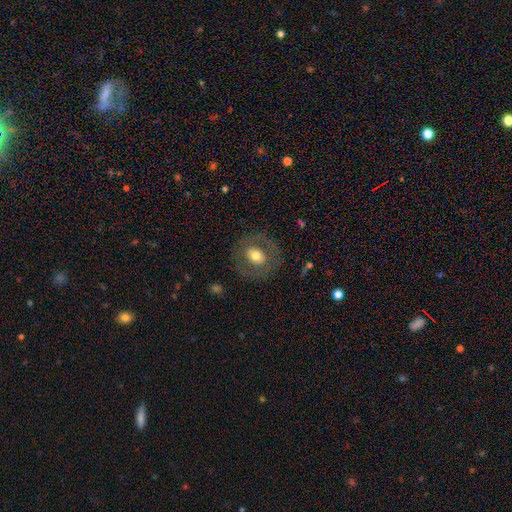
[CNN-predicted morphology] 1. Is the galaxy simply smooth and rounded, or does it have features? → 55% smooth, 37% featured or disk, 8% star or artifact.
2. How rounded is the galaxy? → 66% round, 33% in between, 1% cigar-shaped.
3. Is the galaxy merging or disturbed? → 81% none, 10% minor disturbance, 7% major disturbance, 1% merger.